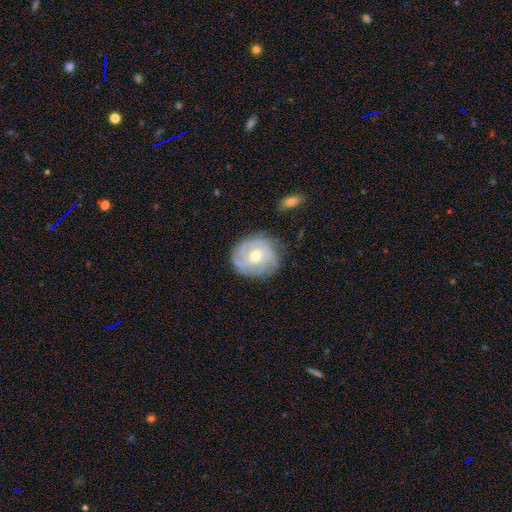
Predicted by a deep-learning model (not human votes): This appears to be a featured or disk galaxy (78%) with no bar (58%), tight (62%) spiral arms (91%) and a moderate central bulge (56%). Merging: none (75%).